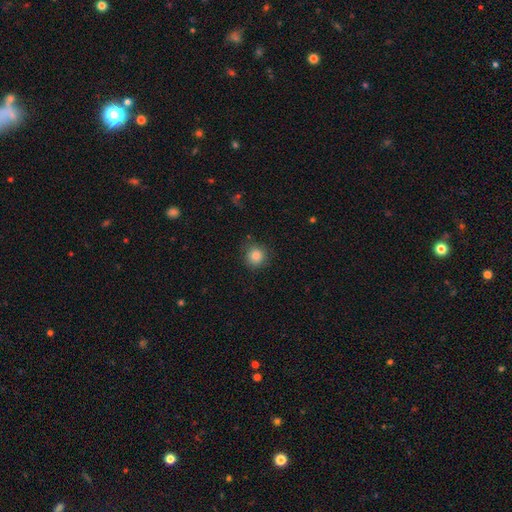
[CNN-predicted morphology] Smooth or featured?
  - smooth: 84% *
  - star or artifact: 11%
  - featured or disk: 5%
How rounded?
  - round: 92% *
  - in between: 7%
  - cigar-shaped: 1%
Merging?
  - none: 85% *
  - minor disturbance: 11%
  - major disturbance: 3%
  - merger: 1%